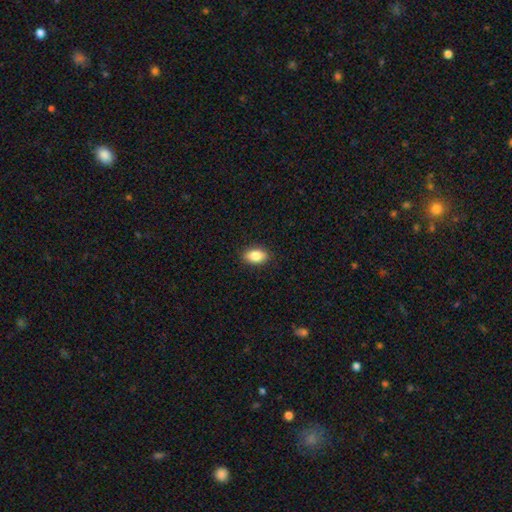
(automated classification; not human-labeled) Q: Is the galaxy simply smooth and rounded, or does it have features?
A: smooth — 86%.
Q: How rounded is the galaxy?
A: in between — 89%.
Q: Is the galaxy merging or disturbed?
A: none — 89%.